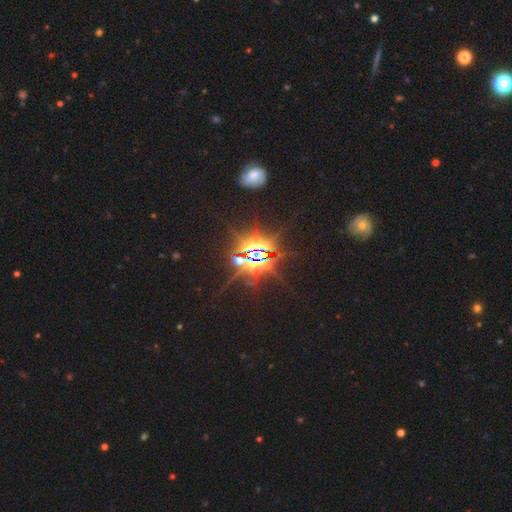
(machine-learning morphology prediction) This appears to be a star or artifact, not a galaxy (85%).